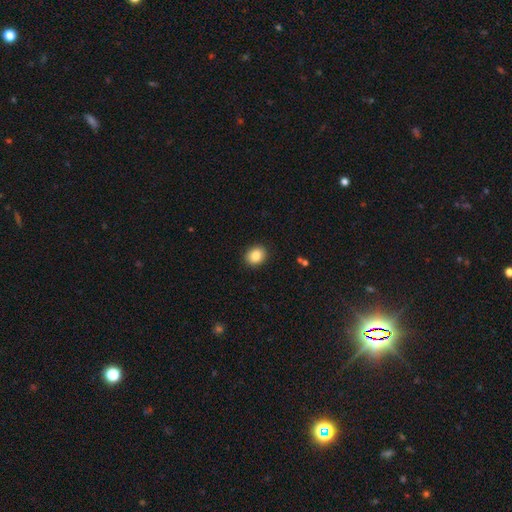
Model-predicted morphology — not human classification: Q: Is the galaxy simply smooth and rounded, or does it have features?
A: smooth — 86%.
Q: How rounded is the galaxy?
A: round — 56%.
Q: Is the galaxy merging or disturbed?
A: none — 90%.